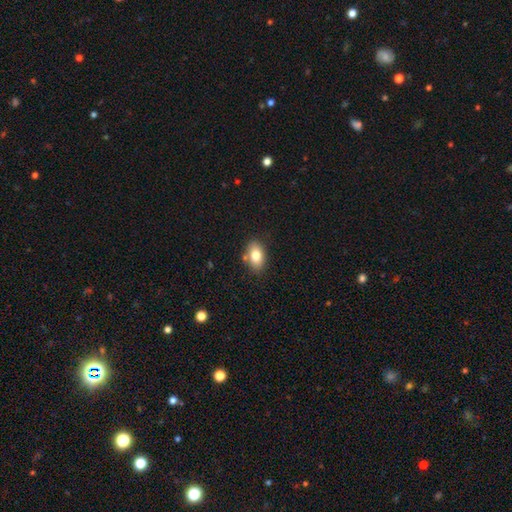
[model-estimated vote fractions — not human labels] Morphology: type=smooth (79%); roundness=in between (85%); merging=none (76%).